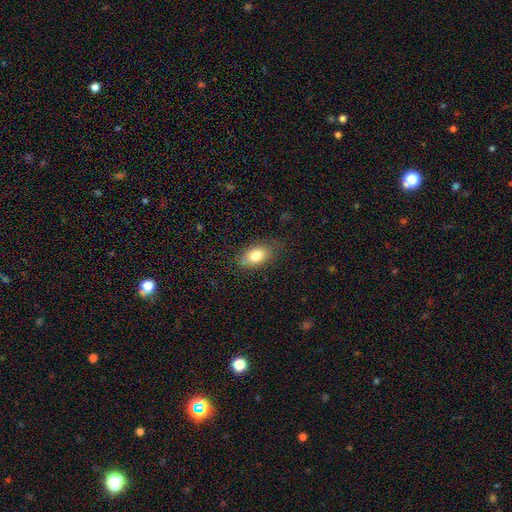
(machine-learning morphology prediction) A smooth galaxy with no disk features (78%) that is in between round and cigar-shaped (88%).

Vote fractions:
- Smooth or featured? smooth: 78% / featured or disk: 13% / star or artifact: 8%
- How rounded? in between: 88% / round: 10% / cigar-shaped: 3%
- Merging? none: 78% / minor disturbance: 17% / major disturbance: 4% / merger: 1%